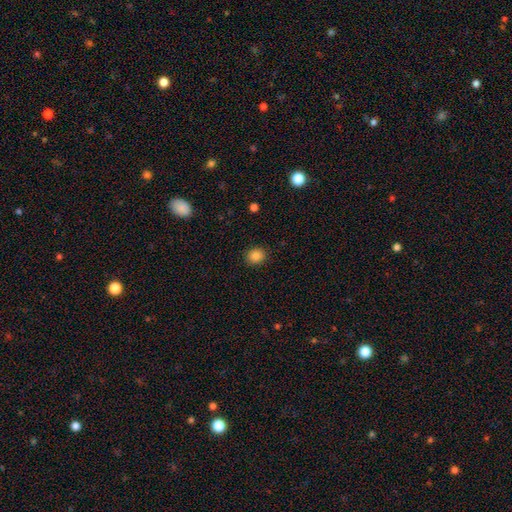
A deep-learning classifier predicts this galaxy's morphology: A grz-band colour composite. It shows a smooth galaxy with no disk features (84%) that is round (71%). Merging: none (90%).